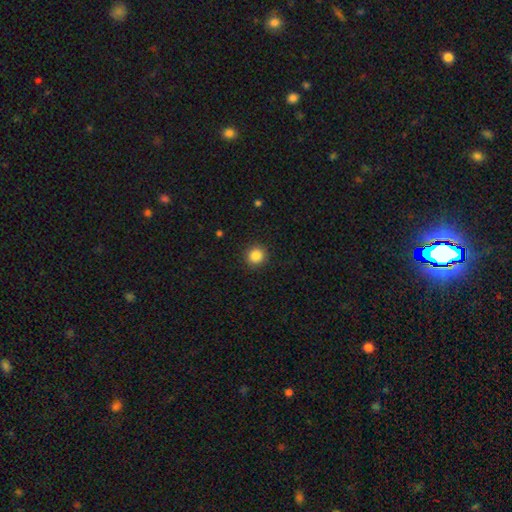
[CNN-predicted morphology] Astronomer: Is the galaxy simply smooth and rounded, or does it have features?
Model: smooth — 86%.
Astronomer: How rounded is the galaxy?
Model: round — 92%.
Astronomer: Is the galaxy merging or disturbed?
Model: none — 92%.